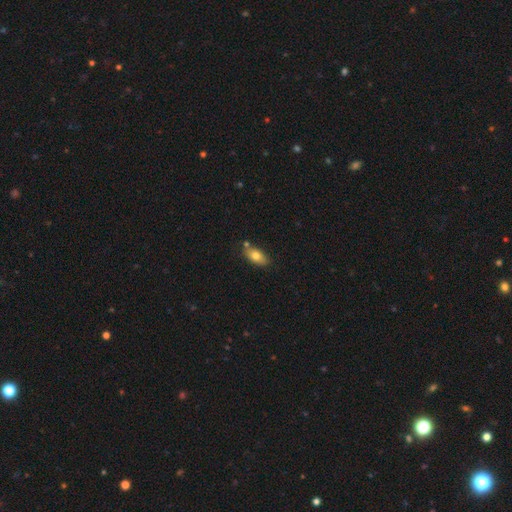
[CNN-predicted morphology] A smooth galaxy with no disk features (76%) that is in between round and cigar-shaped (87%). Merging: none (74%).